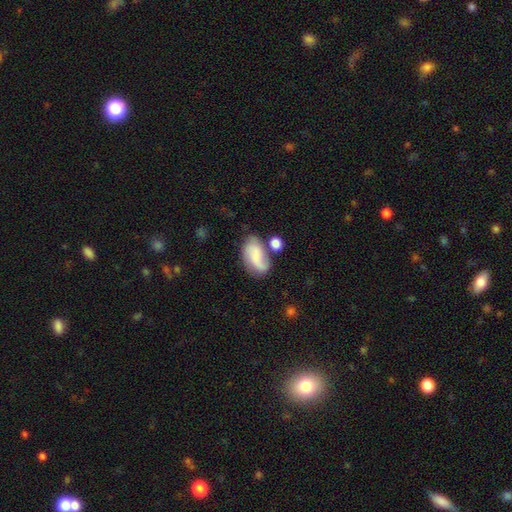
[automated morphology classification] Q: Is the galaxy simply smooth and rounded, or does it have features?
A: smooth — 53%.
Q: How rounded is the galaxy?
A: in between — 89%.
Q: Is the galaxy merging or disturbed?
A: none — 45%.